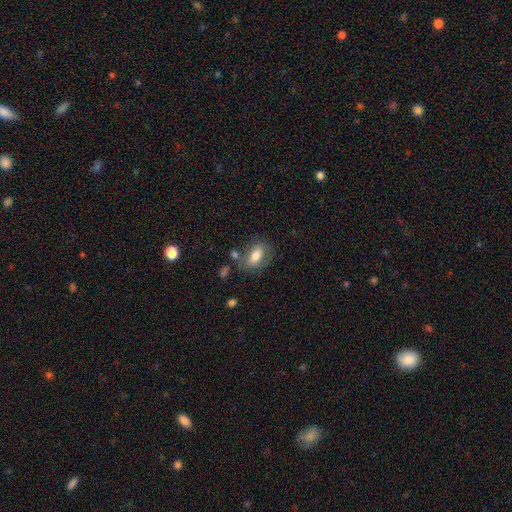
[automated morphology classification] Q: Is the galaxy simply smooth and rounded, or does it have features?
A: smooth — 70%.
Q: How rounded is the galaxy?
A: in between — 86%.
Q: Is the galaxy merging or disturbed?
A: none — 60%.